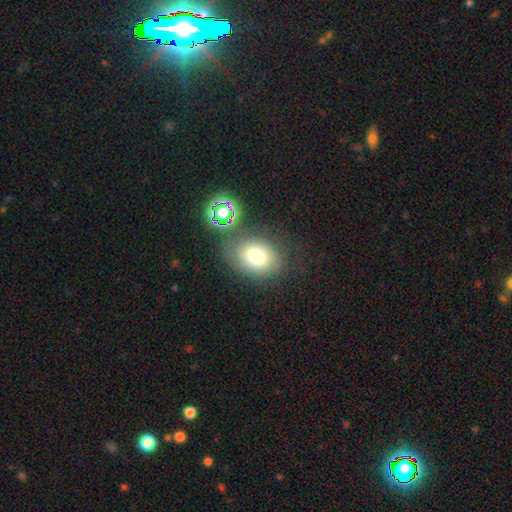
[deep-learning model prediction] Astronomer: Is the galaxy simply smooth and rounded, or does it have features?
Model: smooth — 71%.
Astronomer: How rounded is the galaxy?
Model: in between — 65%.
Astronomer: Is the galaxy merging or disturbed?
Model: none — 74%.